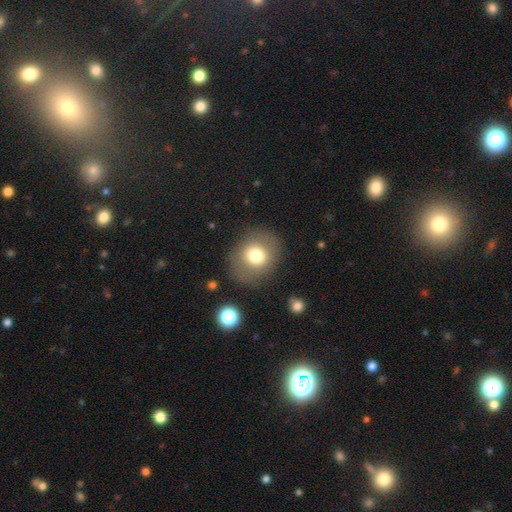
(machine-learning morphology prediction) A smooth galaxy with no disk features (74%) that is round (73%).

Vote fractions:
- Smooth or featured? smooth: 74% / featured or disk: 16% / star or artifact: 10%
- How rounded? round: 73% / in between: 26% / cigar-shaped: 1%
- Merging? none: 82% / minor disturbance: 11% / major disturbance: 5% / merger: 2%